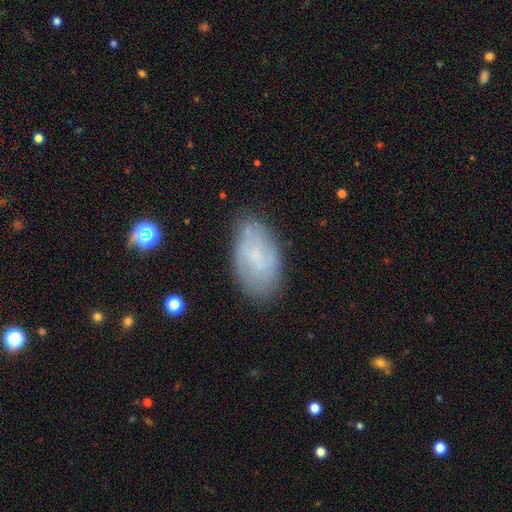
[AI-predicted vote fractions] smooth 54%, featured or disk 37%, star or artifact 9%. Down the decision tree: how rounded — in between (94%); merging — none (74%).